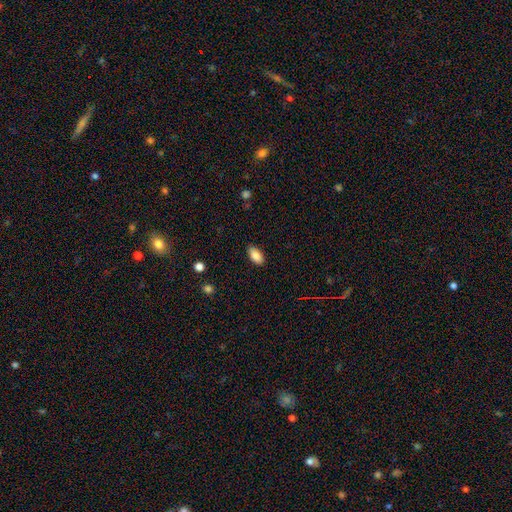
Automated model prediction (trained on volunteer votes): This appears to be a smooth galaxy with no disk features (87%) that is in between round and cigar-shaped (92%). Merging: none (87%).